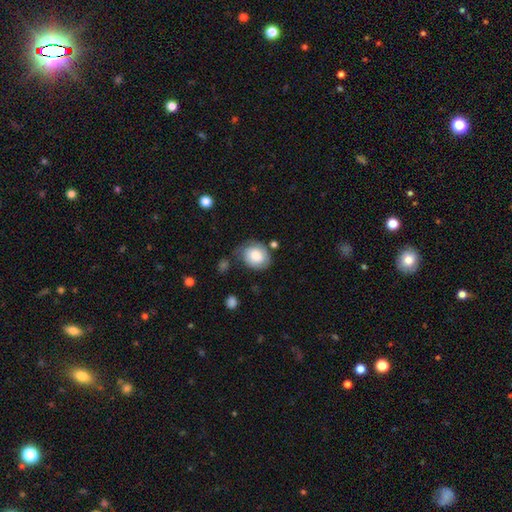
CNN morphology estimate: smooth 71%, featured or disk 22%, star or artifact 7%. Down the decision tree: how rounded — round (57%); merging — none (54%).